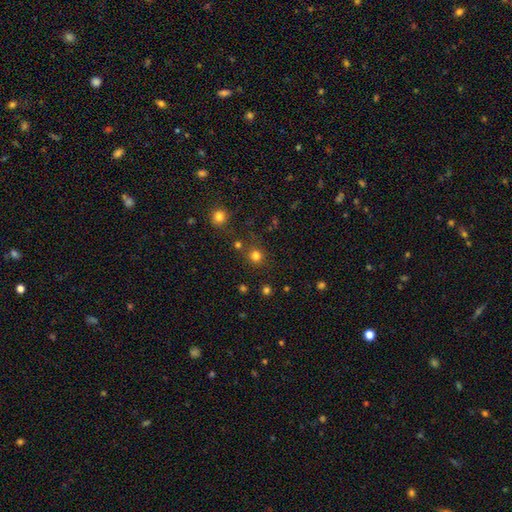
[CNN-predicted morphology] Smooth or featured?
  - smooth: 78% *
  - star or artifact: 18%
  - featured or disk: 5%
How rounded?
  - round: 91% *
  - in between: 8%
  - cigar-shaped: 1%
Merging?
  - none: 82% *
  - minor disturbance: 8%
  - merger: 8%
  - major disturbance: 3%